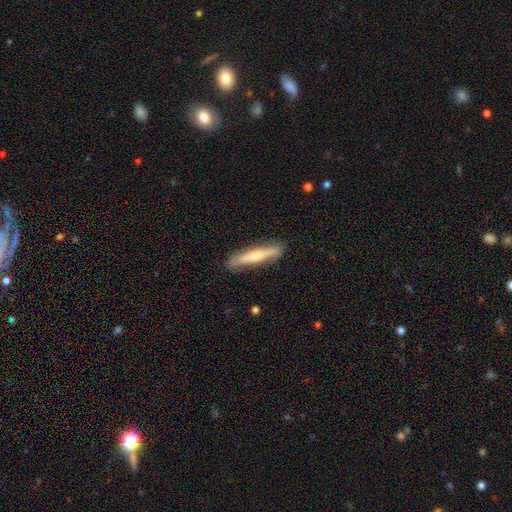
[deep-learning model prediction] smooth_or_featured: smooth (p=0.54) [alt: featured or disk p=0.40]
how_rounded: cigar-shaped (p=0.91) [alt: in between p=0.08]
merging: none (p=0.86) [alt: minor disturbance p=0.11]